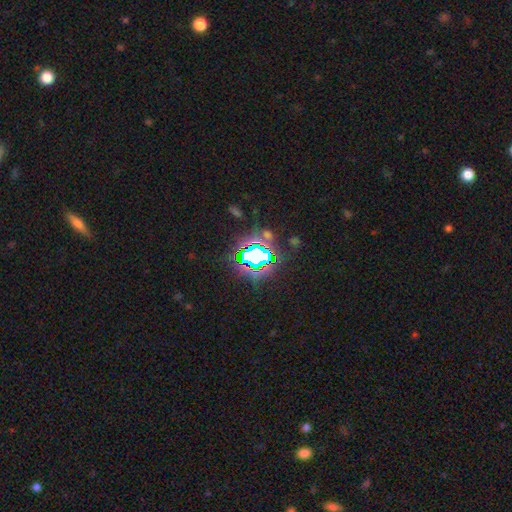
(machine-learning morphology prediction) Smooth or featured?
  - star or artifact: 73% *
  - smooth: 15%
  - featured or disk: 12%